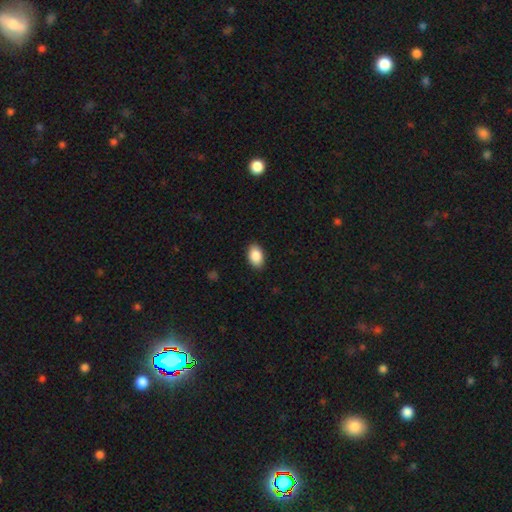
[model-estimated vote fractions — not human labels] smooth 89%, star or artifact 7%, featured or disk 4%. Down the decision tree: how rounded — in between (91%); merging — none (89%).